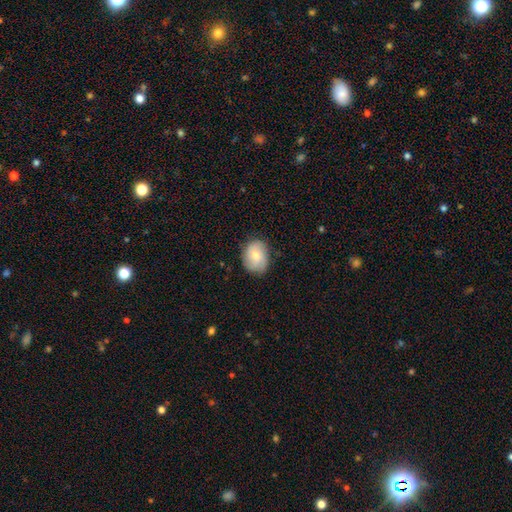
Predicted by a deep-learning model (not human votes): A smooth galaxy with no disk features (59%) that is in between round and cigar-shaped (51%). Merging: none (78%).